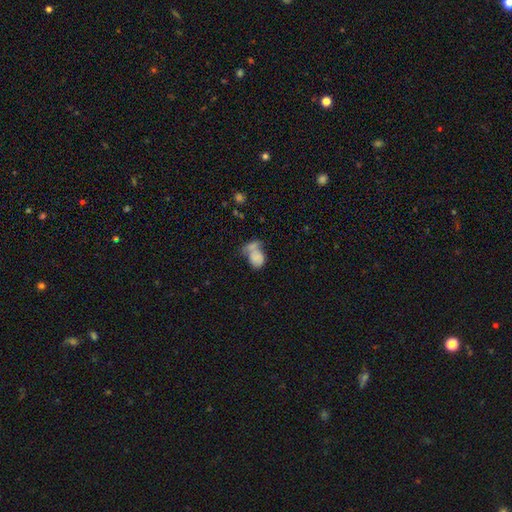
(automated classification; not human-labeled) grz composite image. It shows a smooth galaxy with no disk features (73%) that is in between round and cigar-shaped (71%). Merging: merger (48%).